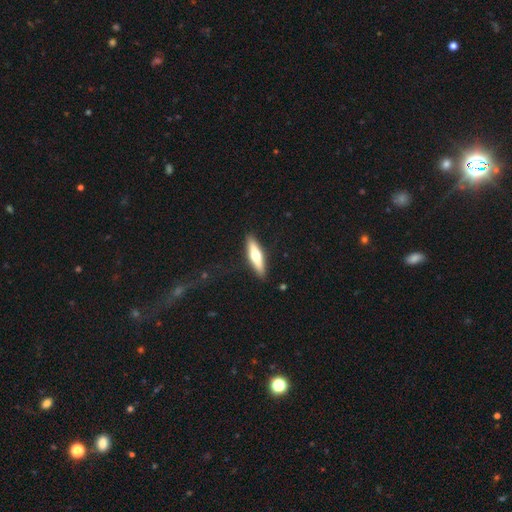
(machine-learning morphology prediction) featured or disk 51%, smooth 44%, star or artifact 5%. Down the decision tree: edge-on disk — yes (91%); merging — none (89%).